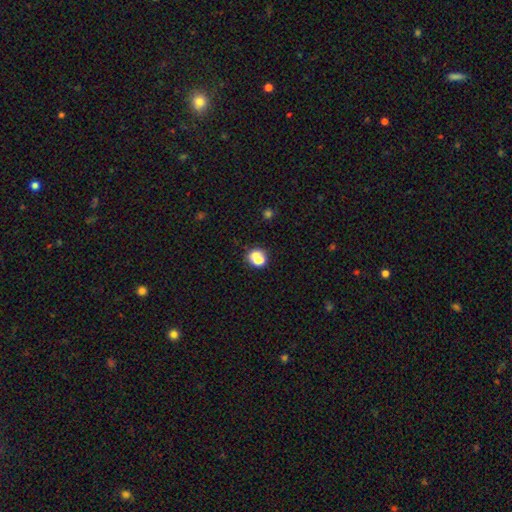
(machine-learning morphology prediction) Smooth or featured?
  - smooth: 69% *
  - featured or disk: 17%
  - star or artifact: 14%
How rounded?
  - round: 67% *
  - in between: 32%
  - cigar-shaped: 1%
Merging?
  - none: 44% *
  - merger: 38%
  - minor disturbance: 12%
  - major disturbance: 6%